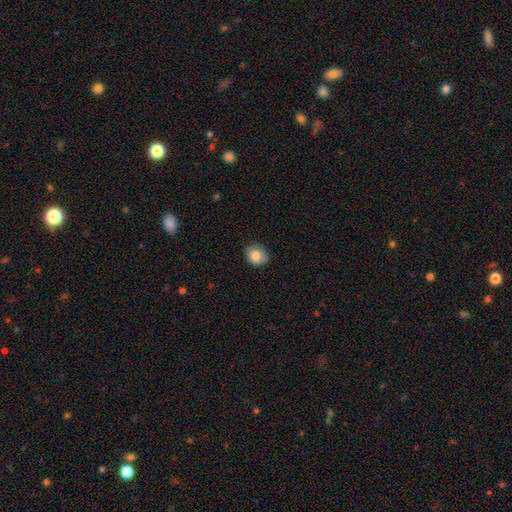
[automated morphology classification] type=smooth (83%); roundness=round (56%); merging=none (83%).